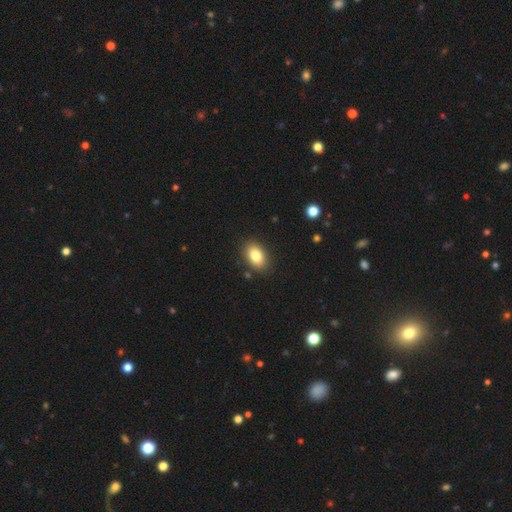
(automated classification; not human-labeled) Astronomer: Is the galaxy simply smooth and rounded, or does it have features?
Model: smooth — 83%.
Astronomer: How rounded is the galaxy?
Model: in between — 88%.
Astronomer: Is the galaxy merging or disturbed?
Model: none — 87%.